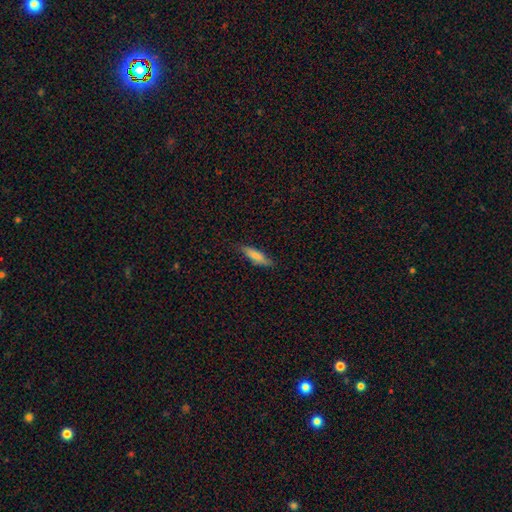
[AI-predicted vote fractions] Smooth or featured?
  - smooth: 78% *
  - featured or disk: 16%
  - star or artifact: 6%
How rounded?
  - cigar-shaped: 62% *
  - in between: 36%
  - round: 2%
Merging?
  - none: 79% *
  - minor disturbance: 16%
  - major disturbance: 3%
  - merger: 1%